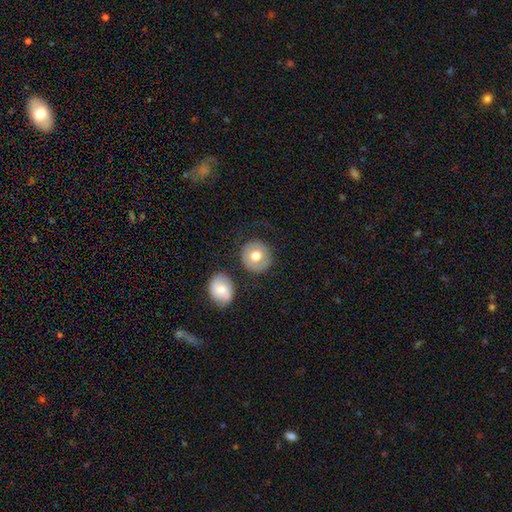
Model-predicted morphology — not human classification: This is likely a smooth galaxy (70%). How rounded: clearly round (90%). Merging: likely none (79%).